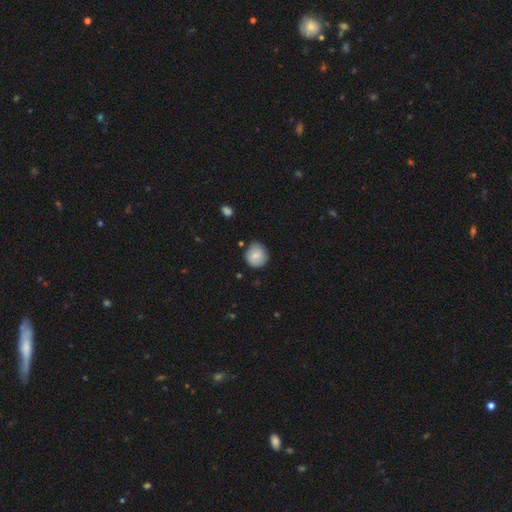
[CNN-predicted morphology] This is clearly a smooth galaxy (81%). How rounded: clearly round (87%). Merging: likely none (73%).